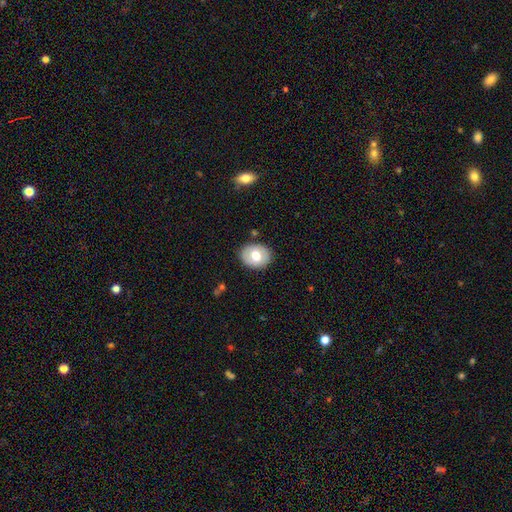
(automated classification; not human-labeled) Smooth or featured: smooth — 66% (featured or disk — 27%)
How rounded: round — 53% (in between — 46%)
Merging: none — 86% (minor disturbance — 10%)